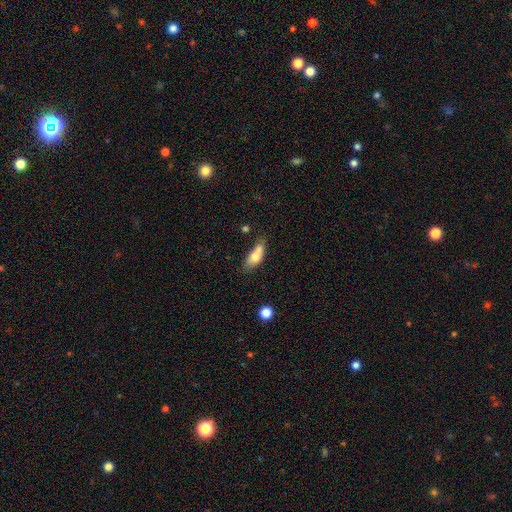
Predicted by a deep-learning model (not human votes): This is likely a smooth galaxy (72%). How rounded: likely in between (73%). Merging: marginally none (41%).